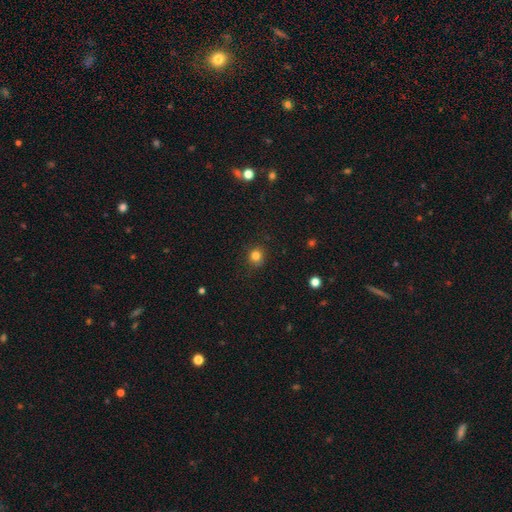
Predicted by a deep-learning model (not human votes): Smooth or featured? smooth (82%)
How rounded? round (85%)
Merging? none (86%)